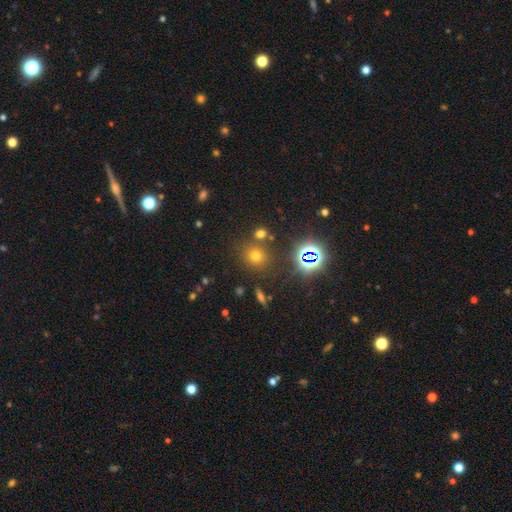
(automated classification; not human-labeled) This appears to be a smooth galaxy with no disk features (60%) that is round (84%). Merging: none (78%).